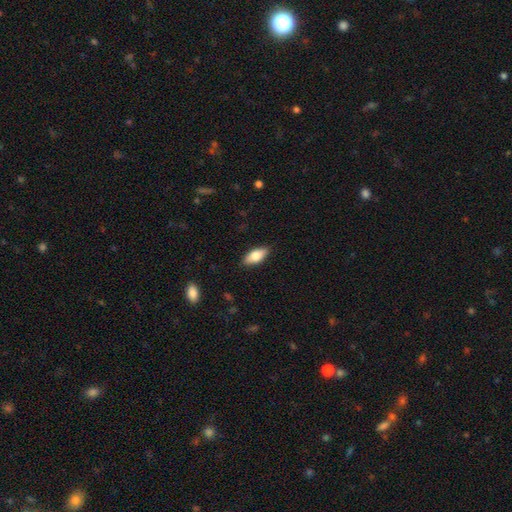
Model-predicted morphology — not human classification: Q: Smooth or featured?
A: smooth (76%); runner-up: featured or disk (18%)
Q: How rounded?
A: in between (84%); runner-up: cigar-shaped (13%)
Q: Merging?
A: none (87%); runner-up: minor disturbance (10%)